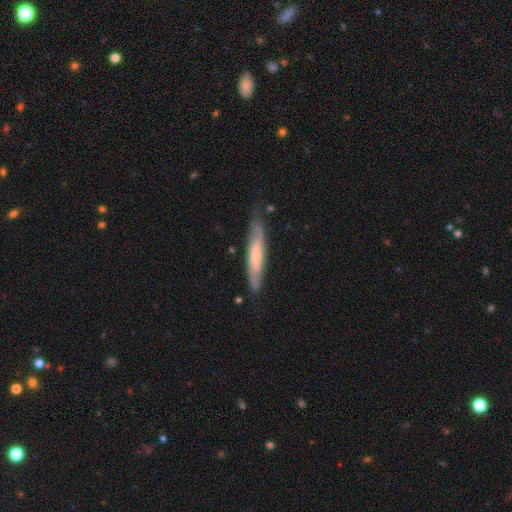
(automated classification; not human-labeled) A featured or disk galaxy (49%). Merging: none (72%).